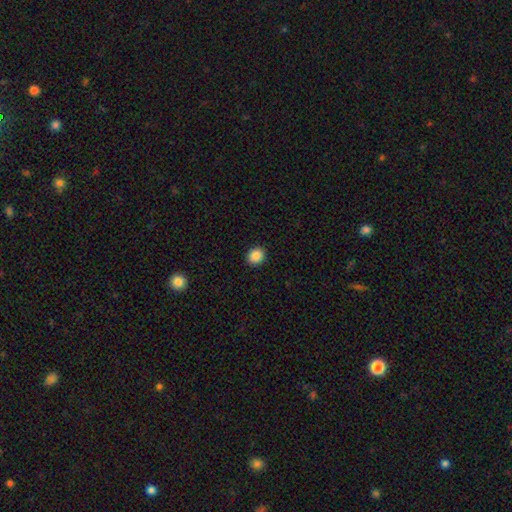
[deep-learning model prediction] This is clearly a smooth galaxy (88%). How rounded: likely round (75%). Merging: clearly none (92%).